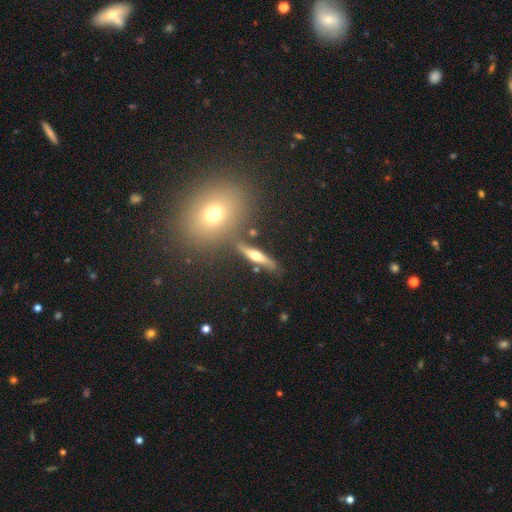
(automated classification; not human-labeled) smooth-or-featured: featured or disk: 56% | smooth: 34% | star or artifact: 10%
  disk-edge-on: yes: 86% | no: 14%
  merging: none: 73% | minor disturbance: 12% | merger: 10% | major disturbance: 5%